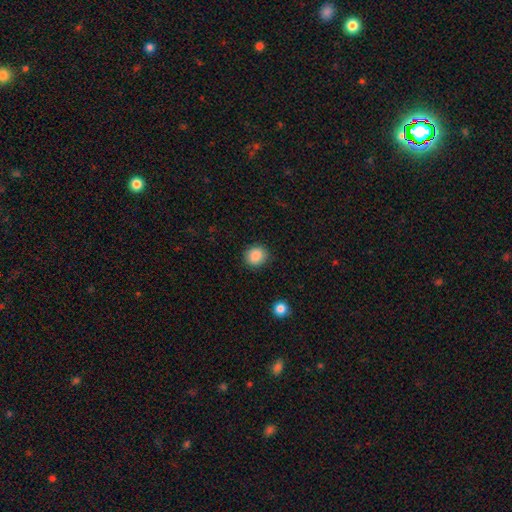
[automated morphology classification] Overall: smooth (88%). How rounded: round (79%). Merging: none (88%).